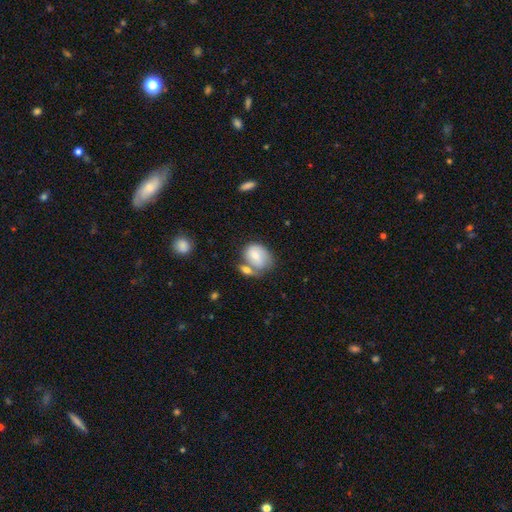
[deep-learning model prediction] Q: Smooth or featured?
A: smooth (66%); runner-up: featured or disk (27%)
Q: How rounded?
A: in between (61%); runner-up: round (37%)
Q: Merging?
A: merger (39%); runner-up: none (33%)